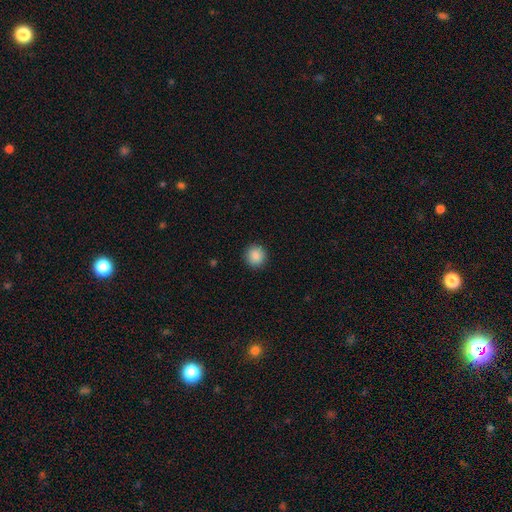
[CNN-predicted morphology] Smooth or featured? Predicted: smooth (p=0.88). How rounded? Predicted: round (p=0.92). Merging? Predicted: none (p=0.92).